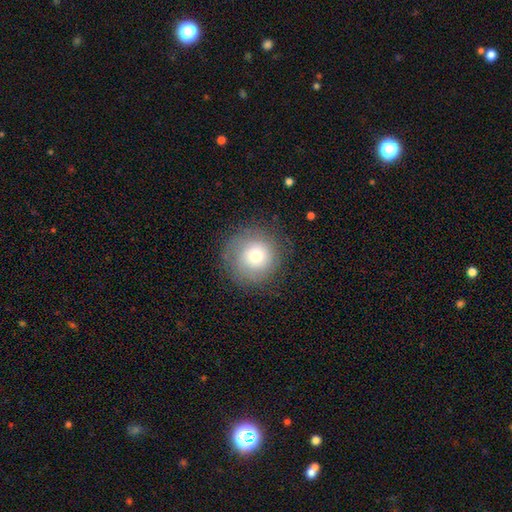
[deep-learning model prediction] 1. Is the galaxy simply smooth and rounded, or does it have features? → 68% smooth, 21% featured or disk, 11% star or artifact.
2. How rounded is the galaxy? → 95% round, 4% in between, 1% cigar-shaped.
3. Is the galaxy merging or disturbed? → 81% none, 12% minor disturbance, 6% major disturbance, 1% merger.